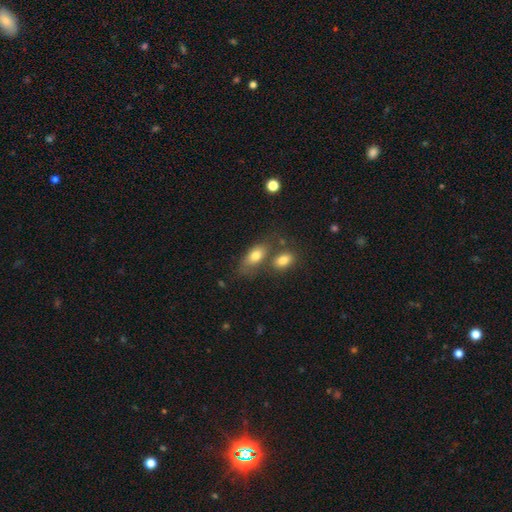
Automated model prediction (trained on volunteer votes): A smooth galaxy with no disk features (77%) that is in between round and cigar-shaped (86%).

Vote fractions:
- Smooth or featured? smooth: 77% / featured or disk: 15% / star or artifact: 8%
- How rounded? in between: 86% / round: 7% / cigar-shaped: 7%
- Merging? none: 50% / merger: 29% / minor disturbance: 15% / major disturbance: 6%